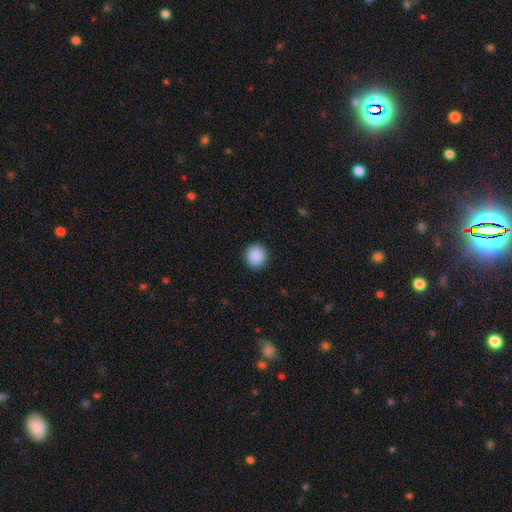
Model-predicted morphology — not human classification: smooth_or_featured: smooth (p=0.89) [alt: star or artifact p=0.08]
how_rounded: round (p=0.89) [alt: in between p=0.10]
merging: none (p=0.92) [alt: minor disturbance p=0.05]